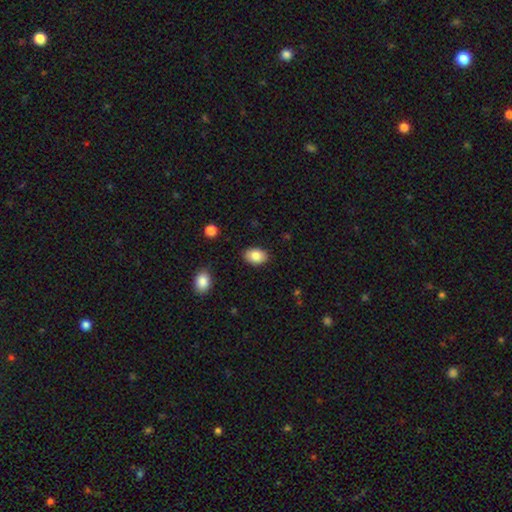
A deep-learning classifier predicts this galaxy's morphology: Smooth or featured? smooth (85%)
How rounded? in between (83%)
Merging? none (87%)